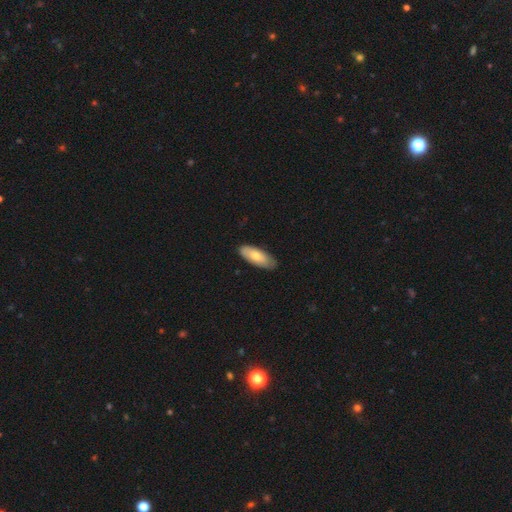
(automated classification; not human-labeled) Smooth or featured? smooth (72%)
How rounded? in between (77%)
Merging? none (81%)